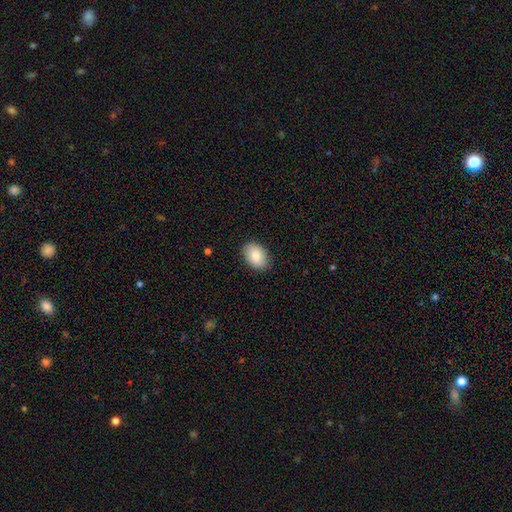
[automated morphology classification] Smooth or featured: smooth — 84% (featured or disk — 10%)
How rounded: in between — 86% (round — 13%)
Merging: none — 88% (minor disturbance — 9%)